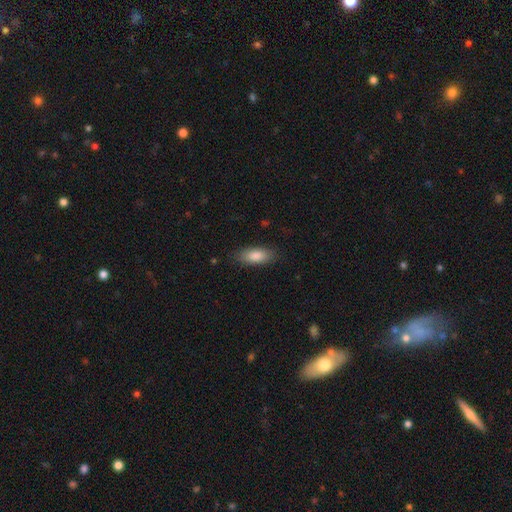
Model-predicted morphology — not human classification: Smooth or featured? smooth (85%)
How rounded? in between (80%)
Merging? none (84%)